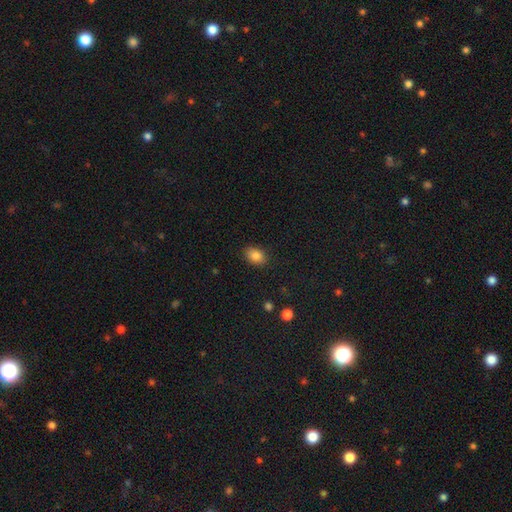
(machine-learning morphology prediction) The model was most divided on "how rounded": in between: 78%, round: 21%, cigar-shaped: 1%. More confident: merging — none (87%); smooth or featured — smooth (85%).